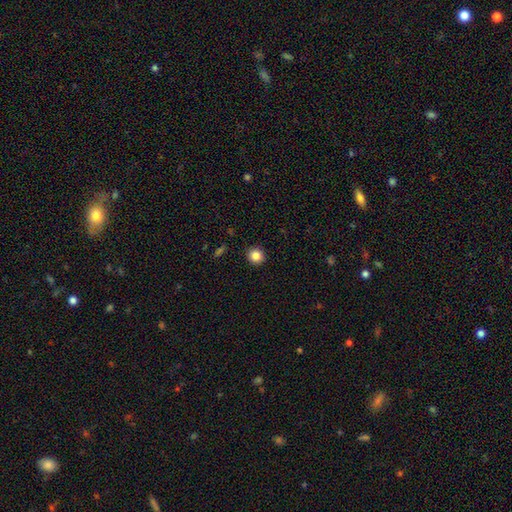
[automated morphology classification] This appears to be a smooth galaxy with no disk features (84%) that is round (91%). Merging: none (92%).